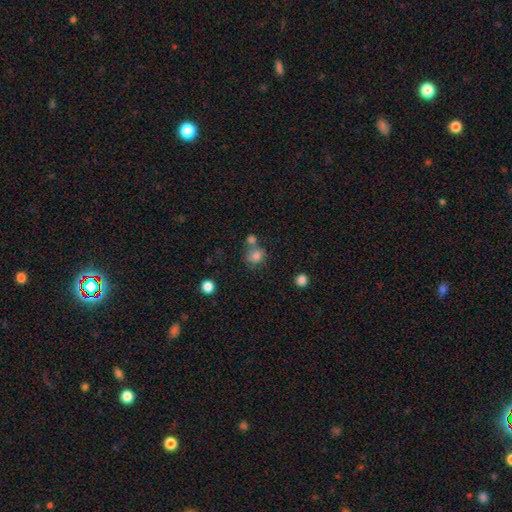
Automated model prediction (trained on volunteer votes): Smooth or featured?
  - smooth: 79% *
  - star or artifact: 12%
  - featured or disk: 9%
How rounded?
  - round: 69% *
  - in between: 30%
  - cigar-shaped: 1%
Merging?
  - none: 49% *
  - merger: 30%
  - minor disturbance: 14%
  - major disturbance: 7%